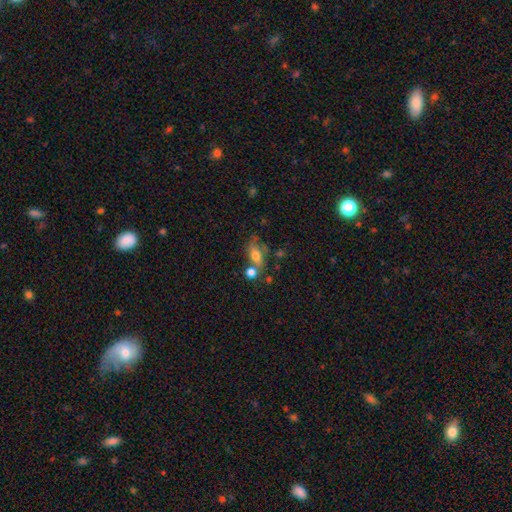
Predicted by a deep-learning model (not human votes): Smooth or featured: smooth — 63% (featured or disk — 25%)
How rounded: in between — 74% (round — 14%)
Merging: none — 41% (merger — 29%)